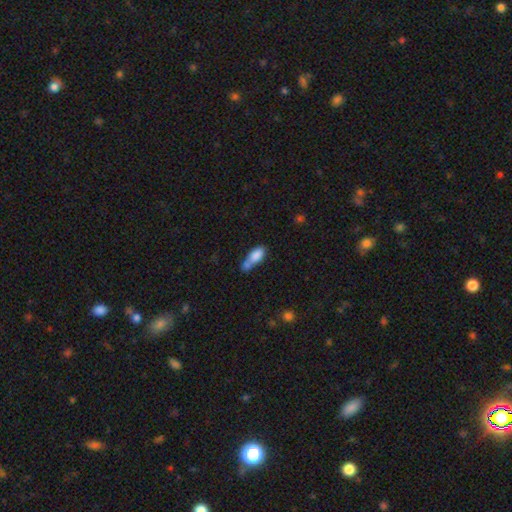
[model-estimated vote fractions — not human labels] Morphology: type=smooth (80%); roundness=in between (78%); merging=merger (46%).